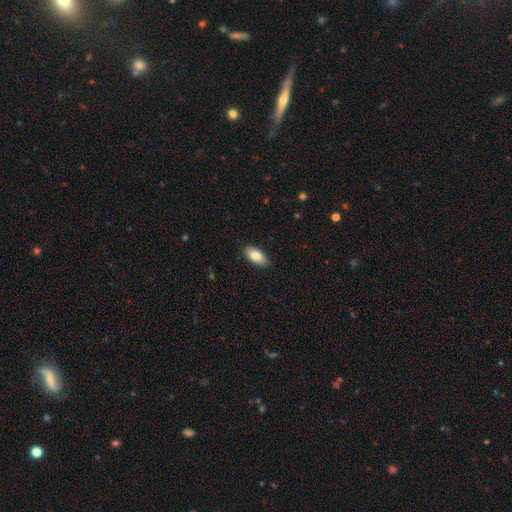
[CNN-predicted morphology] Smooth or featured? smooth (81%)
How rounded? in between (93%)
Merging? none (88%)